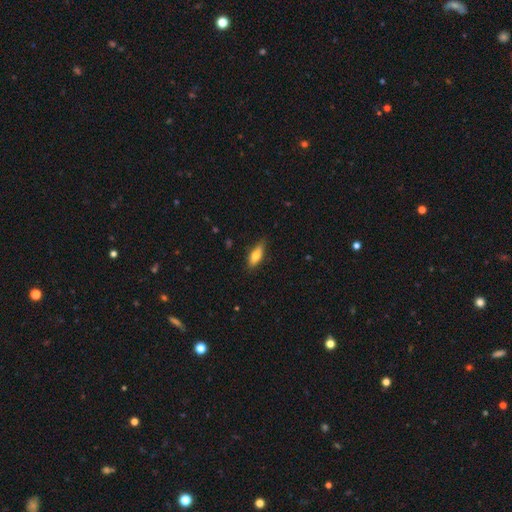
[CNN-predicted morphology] This is likely a smooth galaxy (70%). How rounded: likely in between (60%). Merging: clearly none (82%).